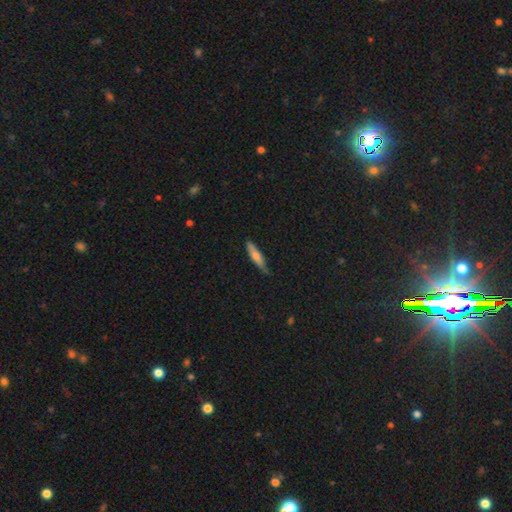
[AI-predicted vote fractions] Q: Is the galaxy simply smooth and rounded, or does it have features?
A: smooth — 60%.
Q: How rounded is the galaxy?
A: cigar-shaped — 84%.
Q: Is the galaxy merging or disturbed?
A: none — 76%.